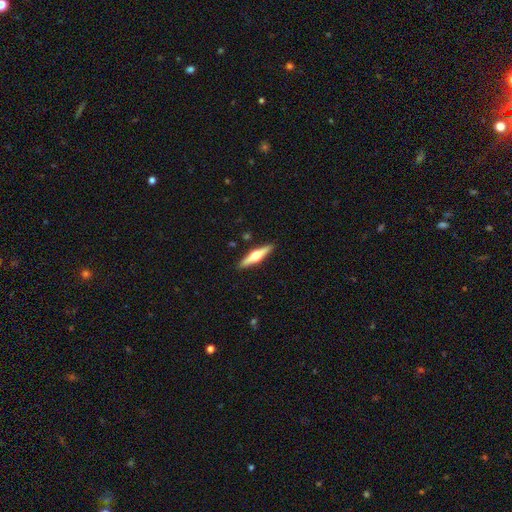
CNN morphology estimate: This appears to be a featured or disk galaxy (66%) viewed edge-on (97%) with a rounded central bulge (96%). Merging: none (91%).